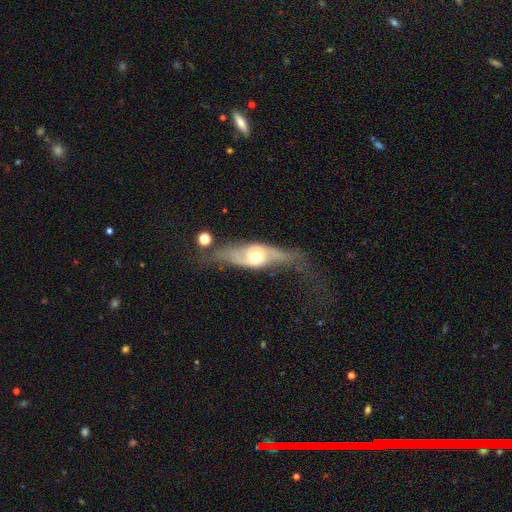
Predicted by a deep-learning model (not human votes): featured or disk 66%, smooth 28%, star or artifact 6%. Down the decision tree: edge-on disk — no (58%); merging — none (42%).